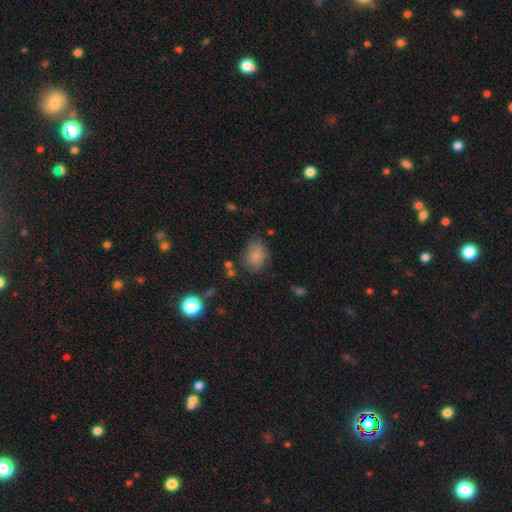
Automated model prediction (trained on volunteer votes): Smooth or featured? Predicted: smooth (p=0.84). How rounded? Predicted: in between (p=0.60). Merging? Predicted: none (p=0.72).